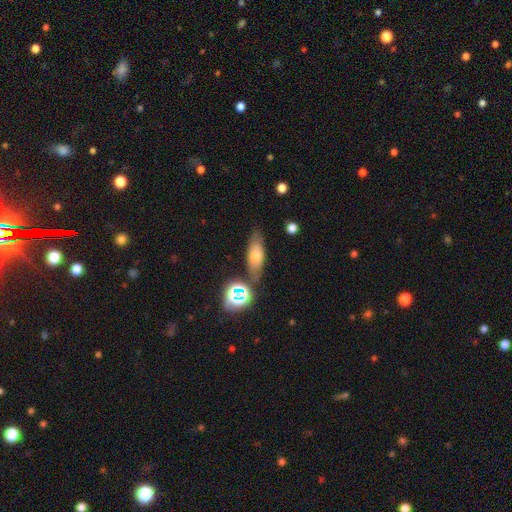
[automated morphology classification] Smooth or featured? Predicted: smooth (p=0.58). How rounded? Predicted: in between (p=0.59). Merging? Predicted: none (p=0.76).